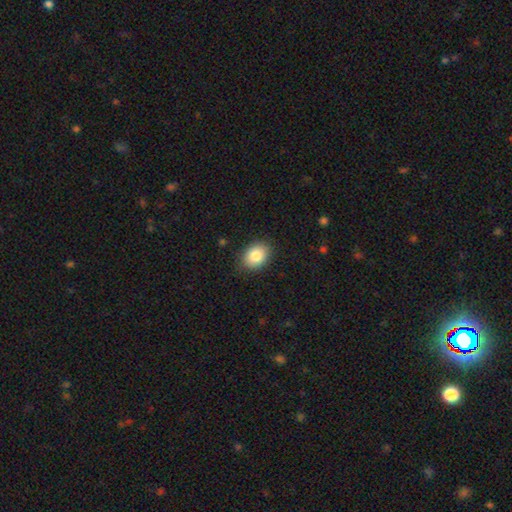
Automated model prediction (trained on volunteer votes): The model was most divided on "how rounded": in between: 69%, round: 31%, cigar-shaped: 1%. More confident: merging — none (86%); smooth or featured — smooth (85%).